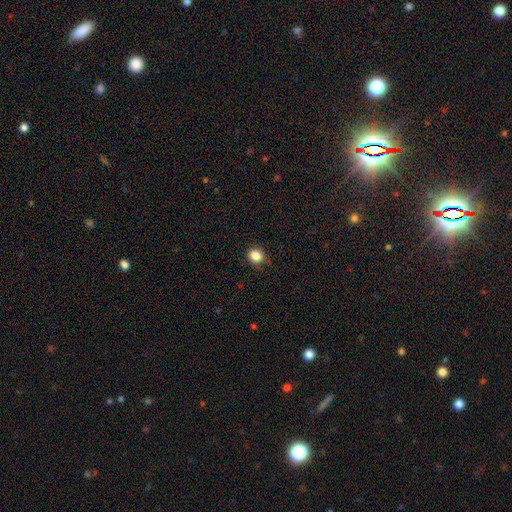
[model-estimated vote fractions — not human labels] Smooth or featured: smooth — 85% (star or artifact — 11%)
How rounded: round — 75% (in between — 24%)
Merging: none — 84% (minor disturbance — 12%)